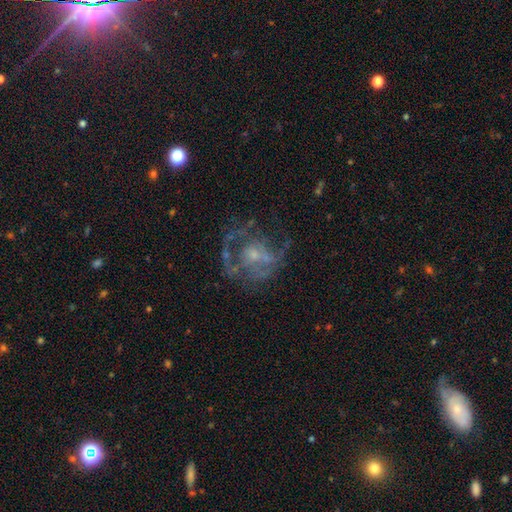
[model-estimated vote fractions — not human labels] A featured or disk galaxy (75%) with no bar (75%), spiral arms (65%) and a small central bulge (54%).

Vote fractions:
- Smooth or featured? featured or disk: 75% / smooth: 14% / star or artifact: 11%
- Edge-on disk? no: 98% / yes: 2%
- Bar? no: 75% / weak: 21% / strong: 4%
- Spiral arms? yes: 65% / no: 35%
- Bulge size? small: 54% / moderate: 29% / none: 13% / large: 3% / dominant: 1%
- Merging? none: 49% / major disturbance: 30% / minor disturbance: 17% / merger: 3%